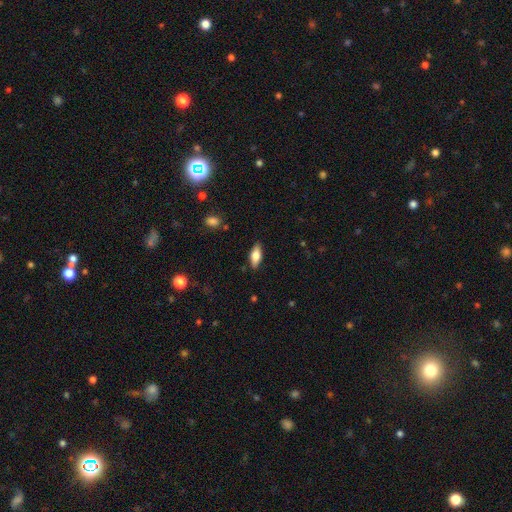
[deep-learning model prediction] Q: Smooth or featured?
A: smooth (69%); runner-up: featured or disk (24%)
Q: How rounded?
A: in between (76%); runner-up: cigar-shaped (22%)
Q: Merging?
A: none (86%); runner-up: minor disturbance (11%)